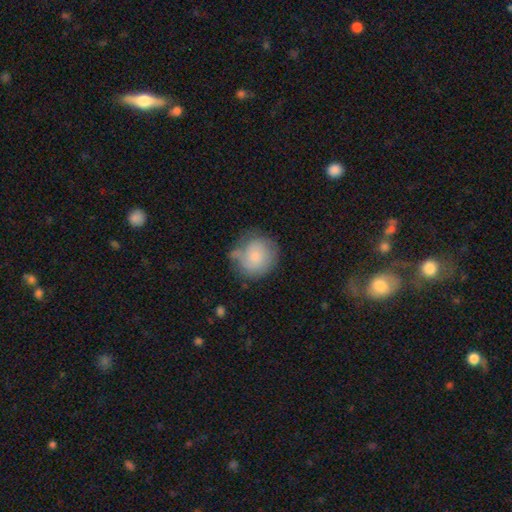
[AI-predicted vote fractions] smooth 70%, featured or disk 24%, star or artifact 7%. Down the decision tree: how rounded — round (85%); merging — none (51%).